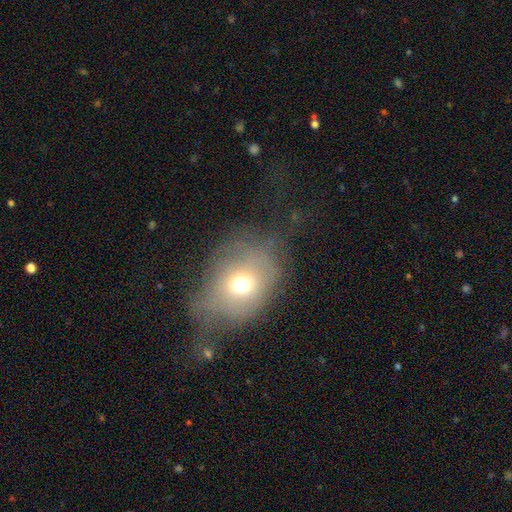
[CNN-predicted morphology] smooth-or-featured: smooth: 57% | featured or disk: 27% | star or artifact: 16%
  how-rounded: in between: 51% | round: 48% | cigar-shaped: 1%
  merging: none: 42% | minor disturbance: 29% | major disturbance: 26% | merger: 3%